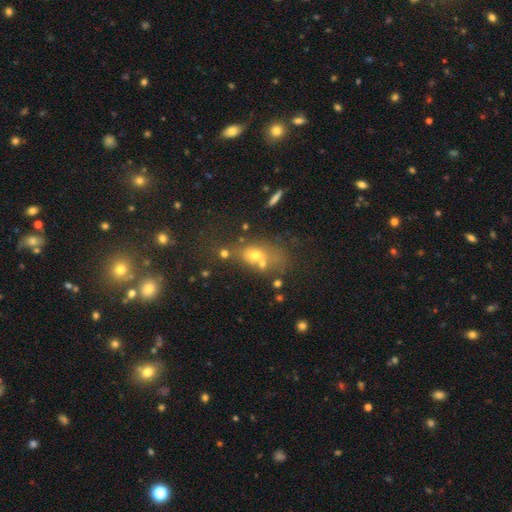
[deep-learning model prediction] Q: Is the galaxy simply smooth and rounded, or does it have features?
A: smooth — 57%.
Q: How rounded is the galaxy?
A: in between — 63%.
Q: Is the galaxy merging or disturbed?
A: none — 37%.